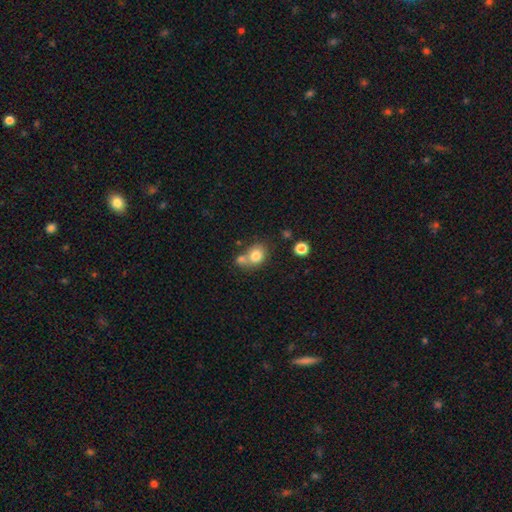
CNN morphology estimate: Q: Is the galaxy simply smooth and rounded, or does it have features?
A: smooth — 79%.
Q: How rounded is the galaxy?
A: round — 56%.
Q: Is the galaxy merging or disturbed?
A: none — 44%.